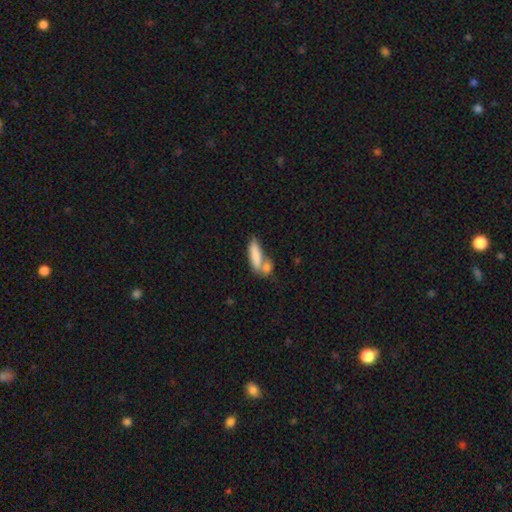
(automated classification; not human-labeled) This is likely a smooth galaxy (79%). How rounded: possibly cigar-shaped (52%). Merging: marginally merger (43%).